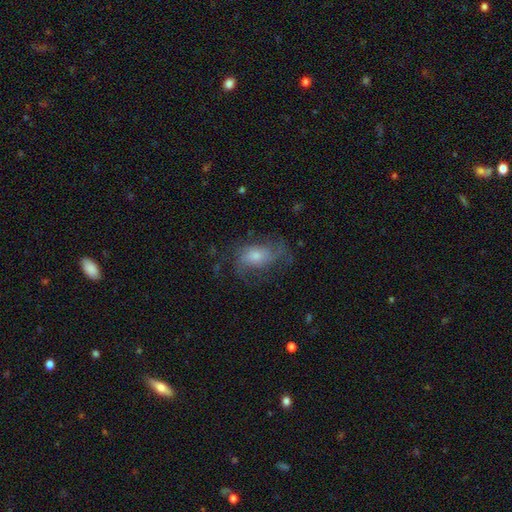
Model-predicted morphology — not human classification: smooth_or_featured: featured or disk (p=0.60) [alt: smooth p=0.29]
disk_edge_on: no (p=0.95) [alt: yes p=0.05]
bar: no (p=0.67) [alt: weak p=0.27]
has_spiral_arms: yes (p=0.83) [alt: no p=0.17]
bulge_size: moderate (p=0.46) [alt: small p=0.35]
merging: none (p=0.57) [alt: minor disturbance p=0.21]